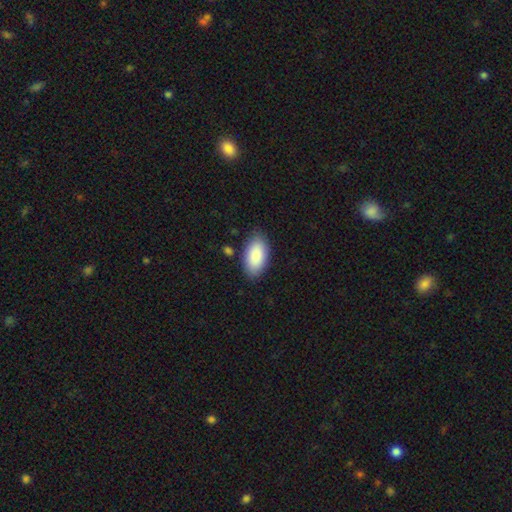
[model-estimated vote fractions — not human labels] smooth-or-featured: smooth: 88% | featured or disk: 6% | star or artifact: 6%
  how-rounded: in between: 94% | cigar-shaped: 3% | round: 3%
  merging: none: 83% | minor disturbance: 12% | major disturbance: 3% | merger: 2%